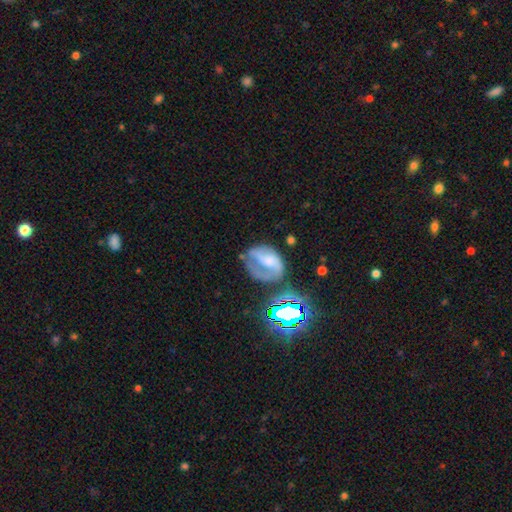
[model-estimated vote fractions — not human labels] featured or disk 55%, smooth 31%, star or artifact 14%. Down the decision tree: edge-on disk — no (97%); bar — no (52%); spiral arms — yes (68%); bulge size — none (35%); merging — none (40%).